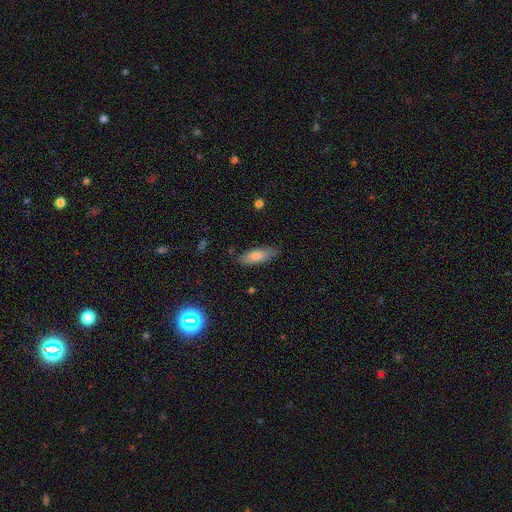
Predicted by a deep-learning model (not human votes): smooth-or-featured: smooth: 76% | featured or disk: 17% | star or artifact: 8%
  how-rounded: in between: 69% | cigar-shaped: 29% | round: 2%
  merging: none: 78% | minor disturbance: 17% | major disturbance: 3% | merger: 2%